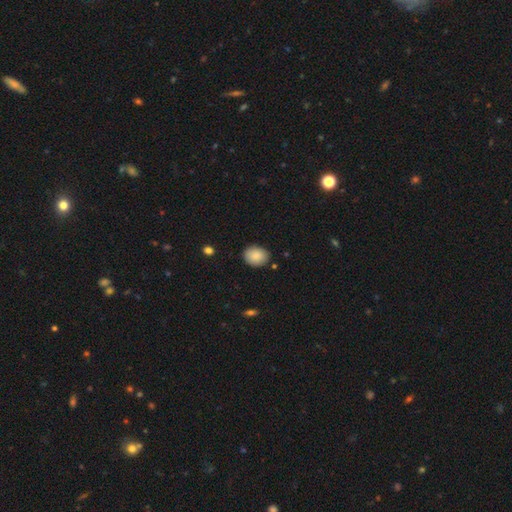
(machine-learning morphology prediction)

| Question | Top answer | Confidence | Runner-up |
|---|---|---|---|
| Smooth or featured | smooth | 88% | star or artifact (7%) |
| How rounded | in between | 54% | round (45%) |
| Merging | none | 84% | minor disturbance (12%) |